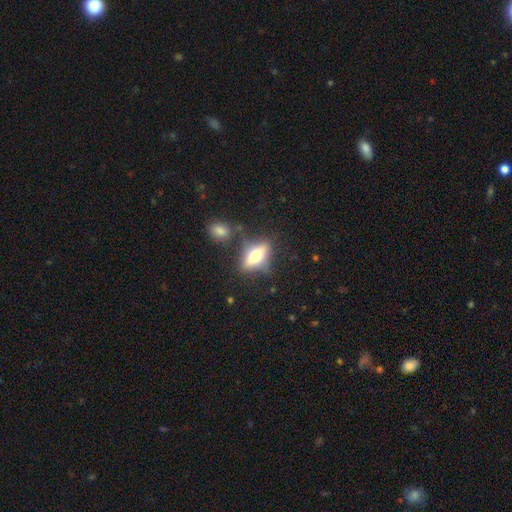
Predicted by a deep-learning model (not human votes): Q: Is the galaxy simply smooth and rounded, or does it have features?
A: smooth — 48%.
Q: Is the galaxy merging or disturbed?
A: none — 68%.